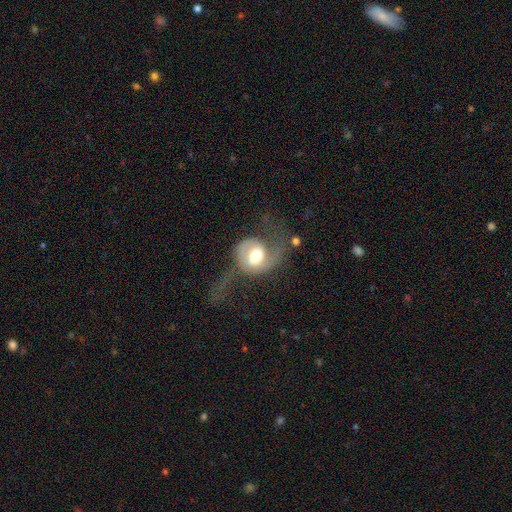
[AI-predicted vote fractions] Smooth or featured? Predicted: featured or disk (p=0.74). Edge-on disk? Predicted: no (p=0.97). Bar? Predicted: no (p=0.53). Spiral arms? Predicted: yes (p=0.88). Spiral winding? Predicted: loose (p=0.47). Spiral arm count? Predicted: 2 (p=0.71). Bulge size? Predicted: moderate (p=0.57). Merging? Predicted: major disturbance (p=0.44).